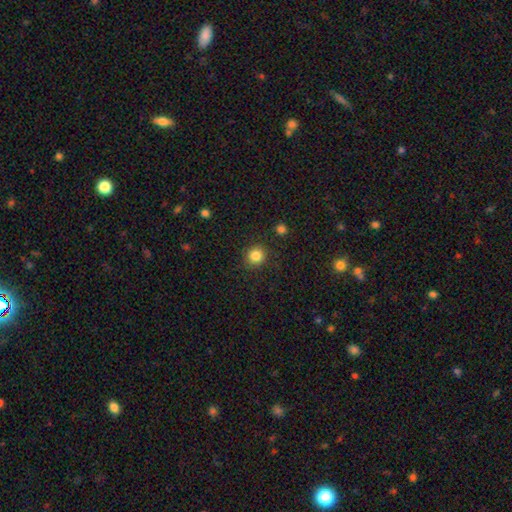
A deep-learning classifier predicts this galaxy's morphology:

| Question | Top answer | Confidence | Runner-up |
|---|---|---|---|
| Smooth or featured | smooth | 84% | star or artifact (11%) |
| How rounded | round | 91% | in between (8%) |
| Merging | none | 89% | minor disturbance (7%) |